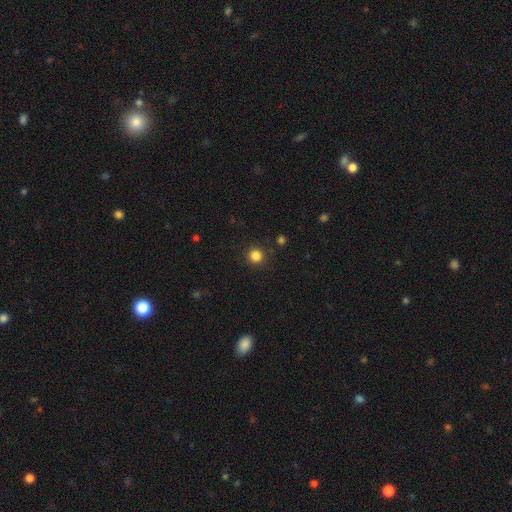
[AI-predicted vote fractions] A smooth galaxy with no disk features (84%) that is round (95%). Merging: none (91%).